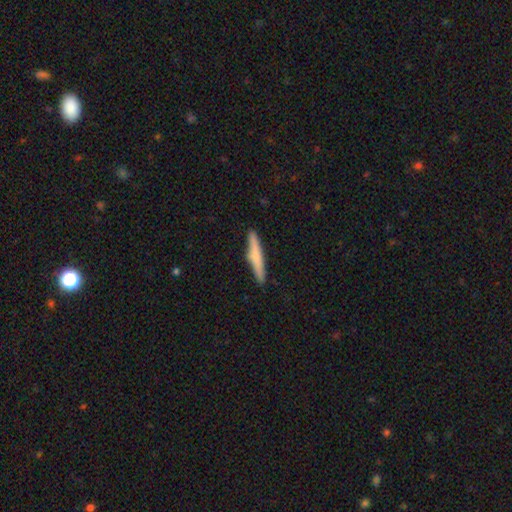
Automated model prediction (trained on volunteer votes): smooth-or-featured: smooth: 60% | featured or disk: 35% | star or artifact: 6%
  how-rounded: cigar-shaped: 94% | in between: 4% | round: 2%
  merging: none: 90% | minor disturbance: 7% | major disturbance: 1% | merger: 1%